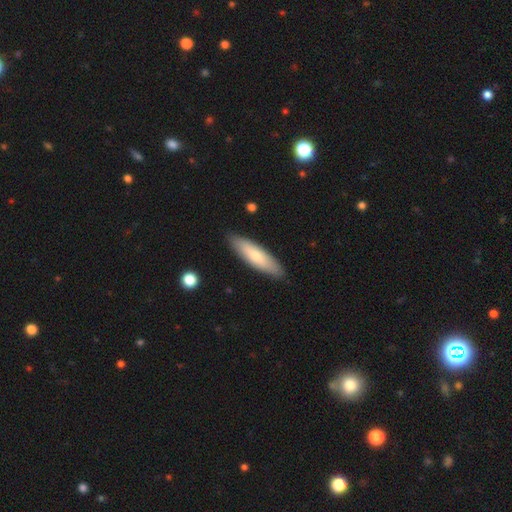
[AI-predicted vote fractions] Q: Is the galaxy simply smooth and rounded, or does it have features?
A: smooth — 70%.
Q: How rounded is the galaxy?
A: cigar-shaped — 61%.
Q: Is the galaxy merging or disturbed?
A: none — 88%.